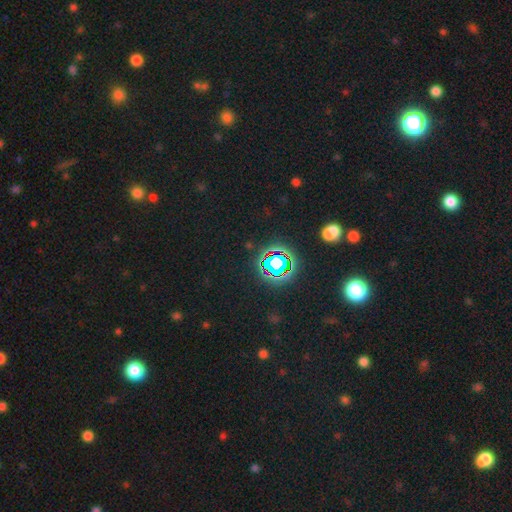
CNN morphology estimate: type=star or artifact (77%).